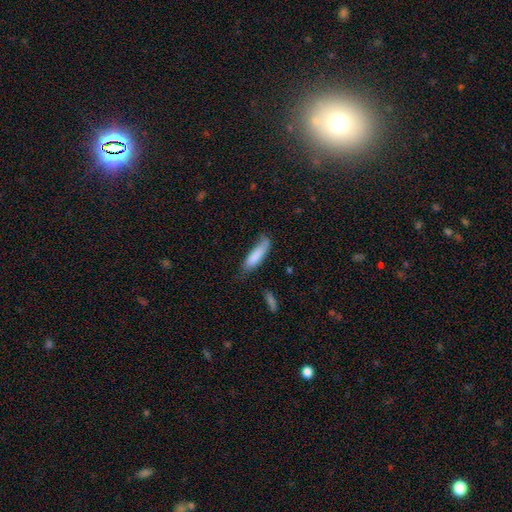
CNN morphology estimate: Smooth or featured: smooth — 82% (featured or disk — 12%)
How rounded: cigar-shaped — 68% (in between — 31%)
Merging: none — 56% (minor disturbance — 32%)